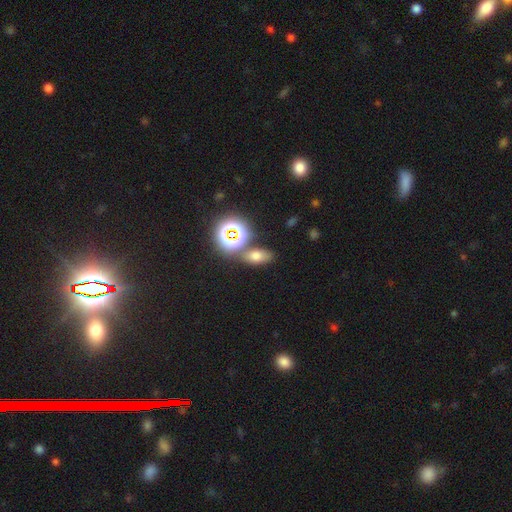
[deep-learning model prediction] Overall: smooth (60%; star or artifact 28%). How rounded: in between (77%). Merging: none (72%).